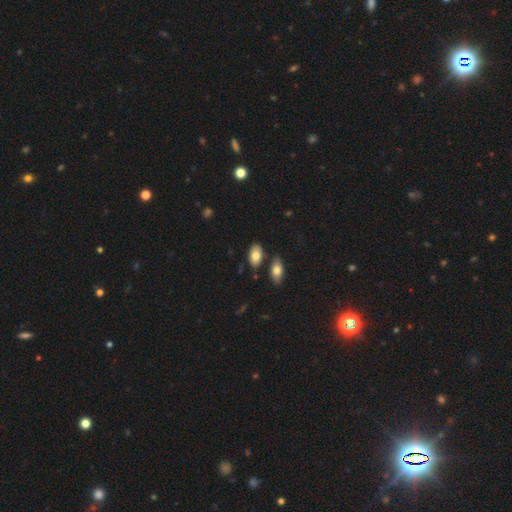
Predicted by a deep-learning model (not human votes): smooth 78%, featured or disk 15%, star or artifact 7%. Down the decision tree: how rounded — in between (93%); merging — none (74%).